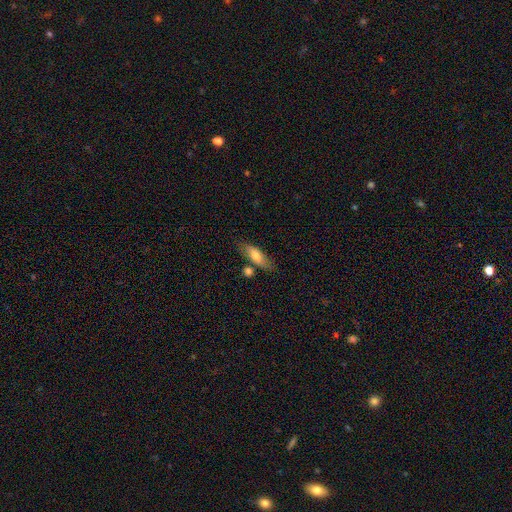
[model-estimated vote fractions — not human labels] A smooth galaxy with no disk features (65%) that is in between round and cigar-shaped (62%). Merging: none (69%).